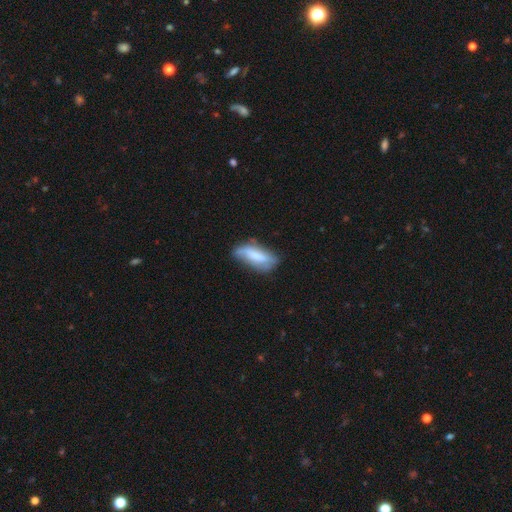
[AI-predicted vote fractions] The model was most divided on "merging": none: 51%, minor disturbance: 34%, major disturbance: 12%, merger: 4%. More confident: how rounded — in between (69%); smooth or featured — smooth (63%).